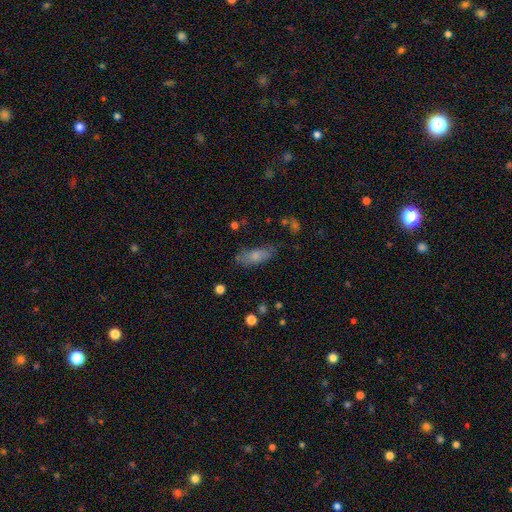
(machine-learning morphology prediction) A smooth galaxy with no disk features (73%) that is in between round and cigar-shaped (72%).

Vote fractions:
- Smooth or featured? smooth: 73% / featured or disk: 18% / star or artifact: 9%
- How rounded? in between: 72% / cigar-shaped: 24% / round: 3%
- Merging? none: 58% / minor disturbance: 26% / major disturbance: 11% / merger: 5%